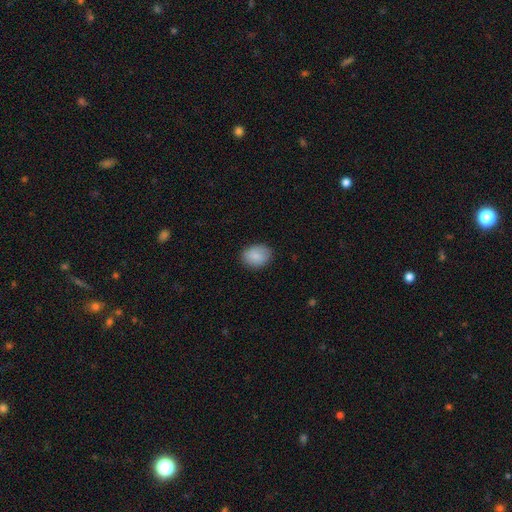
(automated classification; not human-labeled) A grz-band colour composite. It shows a smooth galaxy with no disk features (87%) that is in between round and cigar-shaped (63%). Merging: none (83%).